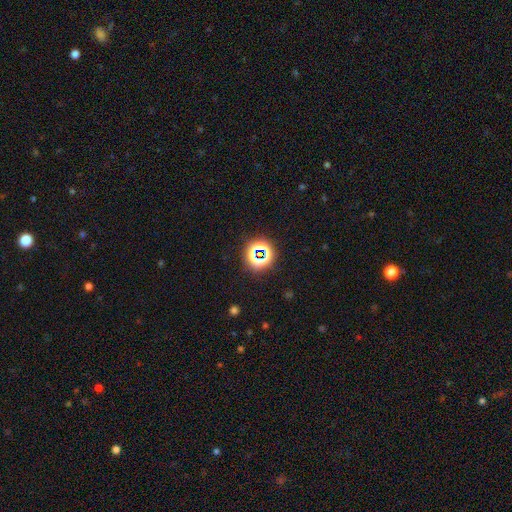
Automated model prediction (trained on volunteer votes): A star or artifact, not a galaxy (67%).